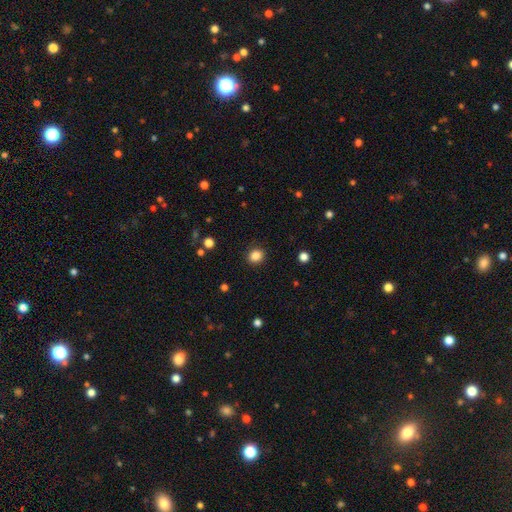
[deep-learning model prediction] Overall: smooth (85%). How rounded: round (73%). Merging: none (90%).